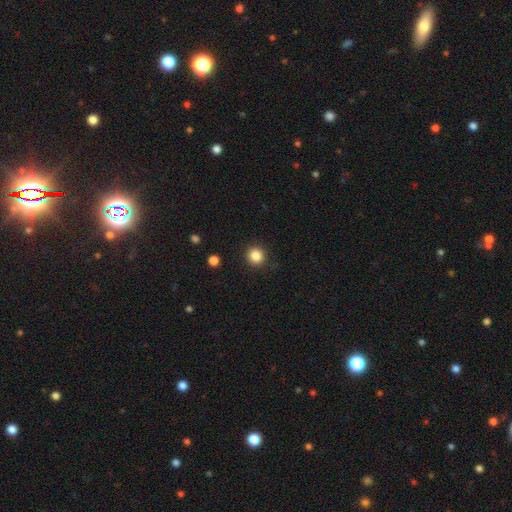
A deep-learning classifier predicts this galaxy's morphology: Q: Smooth or featured?
A: smooth (85%); runner-up: star or artifact (11%)
Q: How rounded?
A: round (93%); runner-up: in between (6%)
Q: Merging?
A: none (91%); runner-up: minor disturbance (6%)